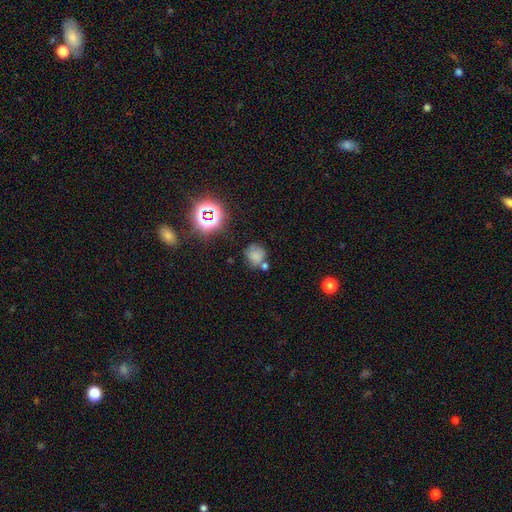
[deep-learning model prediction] A smooth galaxy with no disk features (69%) that is round (82%).

Vote fractions:
- Smooth or featured? smooth: 69% / star or artifact: 21% / featured or disk: 11%
- How rounded? round: 82% / in between: 17% / cigar-shaped: 1%
- Merging? none: 59% / minor disturbance: 18% / merger: 16% / major disturbance: 7%